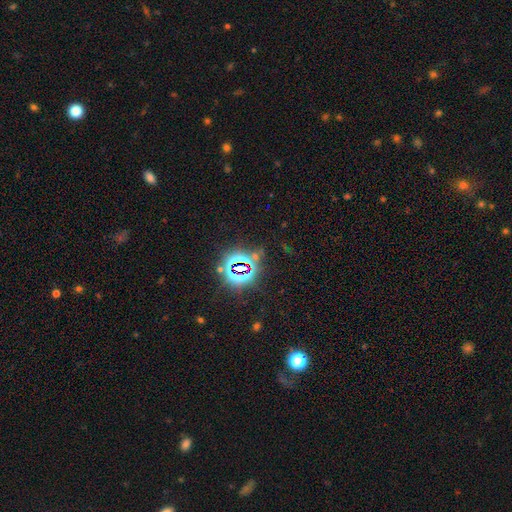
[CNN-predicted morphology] Smooth or featured? star or artifact (79%)